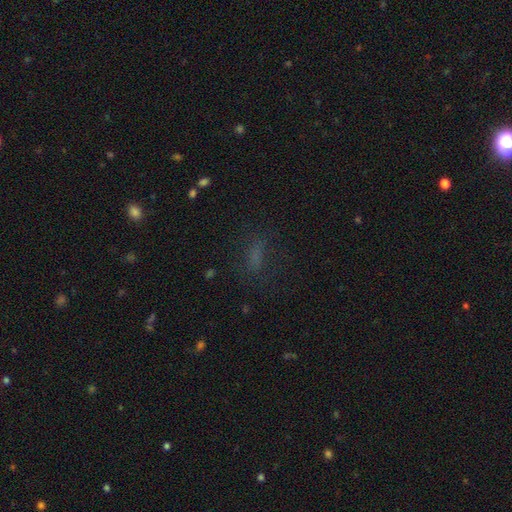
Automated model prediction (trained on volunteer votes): Smooth or featured? Predicted: smooth (p=0.58). How rounded? Predicted: in between (p=0.64). Merging? Predicted: none (p=0.69).